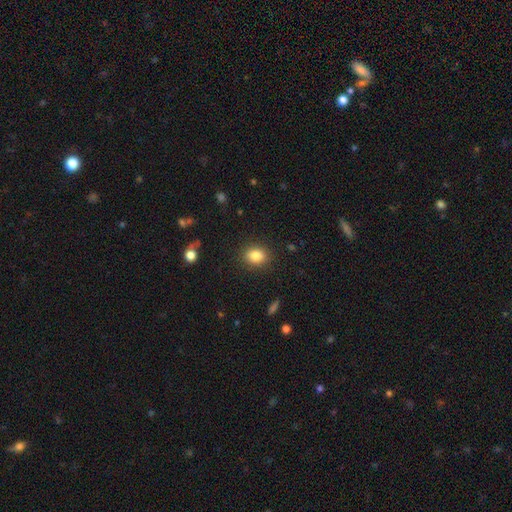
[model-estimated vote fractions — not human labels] Smooth or featured?
  - smooth: 84% *
  - star or artifact: 10%
  - featured or disk: 6%
How rounded?
  - in between: 54% *
  - round: 44%
  - cigar-shaped: 1%
Merging?
  - none: 88% *
  - minor disturbance: 9%
  - major disturbance: 3%
  - merger: 1%